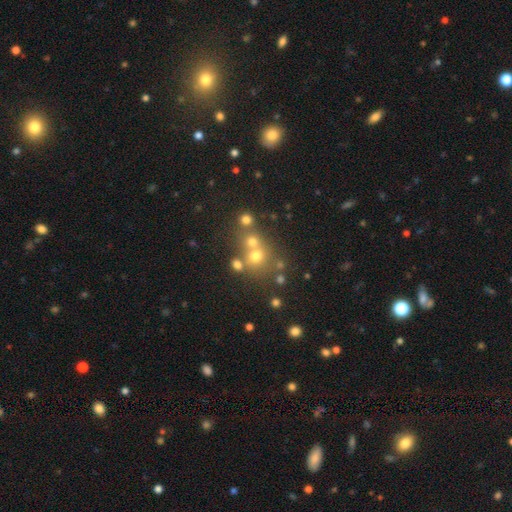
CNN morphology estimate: smooth-or-featured: smooth: 60% | star or artifact: 23% | featured or disk: 17%
  how-rounded: round: 83% | in between: 16% | cigar-shaped: 1%
  merging: none: 52% | merger: 35% | minor disturbance: 9% | major disturbance: 5%